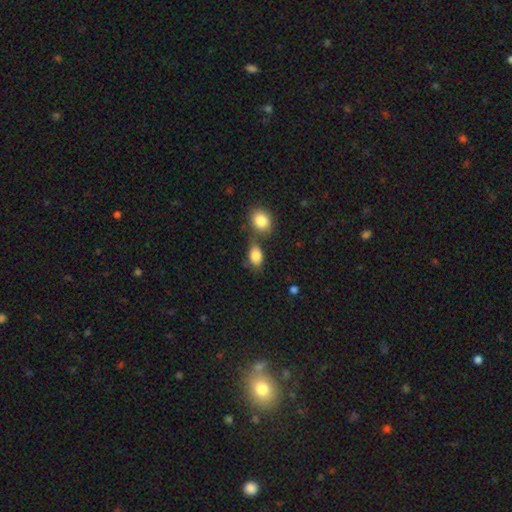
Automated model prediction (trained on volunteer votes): A smooth galaxy with no disk features (85%) that is in between round and cigar-shaped (80%). Merging: none (48%).